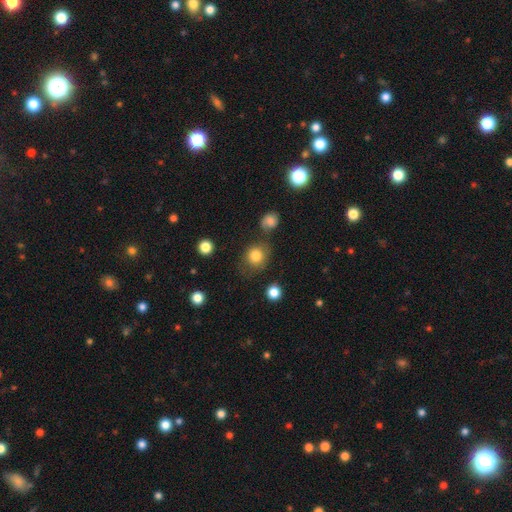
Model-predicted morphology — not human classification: This appears to be a smooth galaxy with no disk features (82%) that is round (80%). Merging: none (70%).